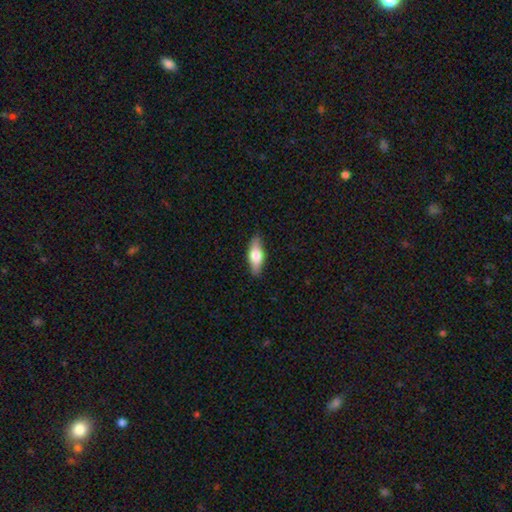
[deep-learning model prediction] Q: Smooth or featured?
A: smooth (63%); runner-up: featured or disk (31%)
Q: How rounded?
A: in between (70%); runner-up: cigar-shaped (27%)
Q: Merging?
A: none (86%); runner-up: minor disturbance (11%)